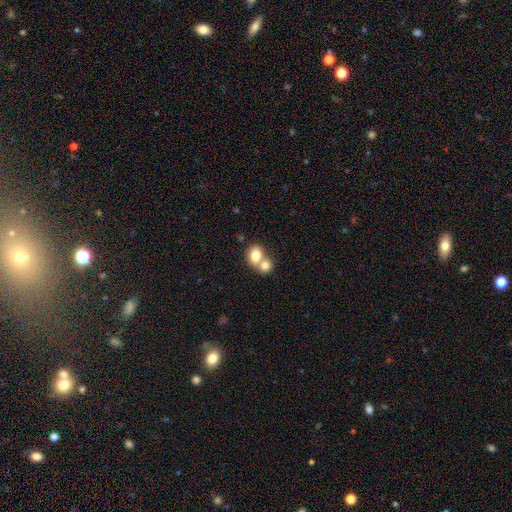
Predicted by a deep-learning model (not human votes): Q: Smooth or featured?
A: smooth (77%); runner-up: featured or disk (14%)
Q: How rounded?
A: round (54%); runner-up: in between (45%)
Q: Merging?
A: merger (64%); runner-up: none (28%)